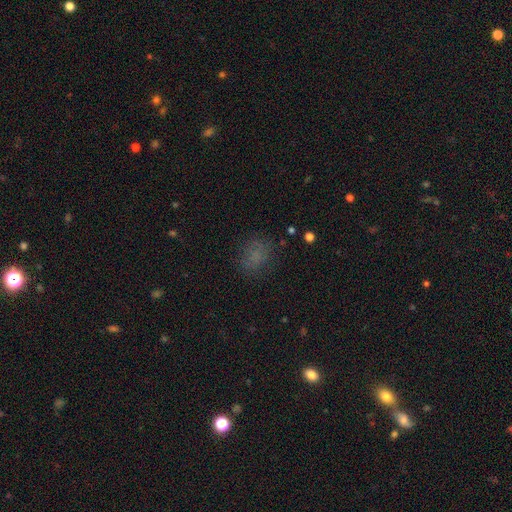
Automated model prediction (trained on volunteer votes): This is likely a smooth galaxy (69%). How rounded: possibly round (51%). Merging: likely none (74%).